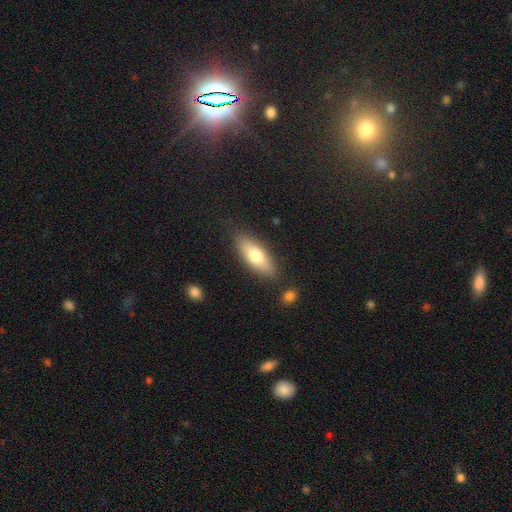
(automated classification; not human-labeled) Smooth or featured? smooth (71%)
How rounded? in between (69%)
Merging? none (83%)